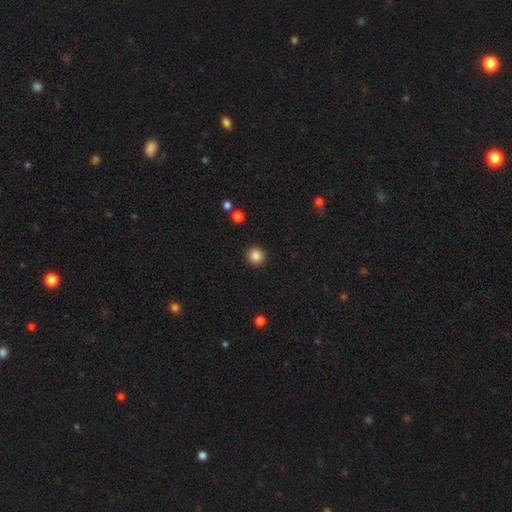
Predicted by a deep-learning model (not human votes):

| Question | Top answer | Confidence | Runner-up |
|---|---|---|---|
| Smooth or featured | smooth | 86% | star or artifact (10%) |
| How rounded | round | 94% | in between (5%) |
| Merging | none | 92% | minor disturbance (5%) |